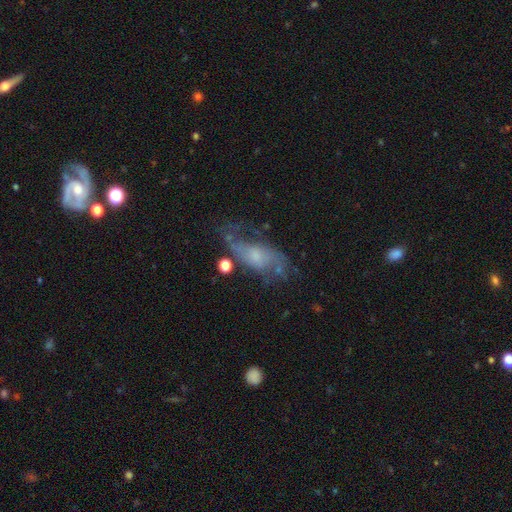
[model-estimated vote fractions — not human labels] Smooth or featured?
  - featured or disk: 64% *
  - smooth: 25%
  - star or artifact: 11%
Edge-on disk?
  - no: 91% *
  - yes: 9%
Bar?
  - no: 63% *
  - weak: 31%
  - strong: 6%
Spiral arms?
  - yes: 75% *
  - no: 25%
Bulge size?
  - small: 41% *
  - moderate: 30%
  - none: 21%
  - large: 6%
  - dominant: 2%
Merging?
  - none: 46% *
  - major disturbance: 26%
  - minor disturbance: 22%
  - merger: 6%